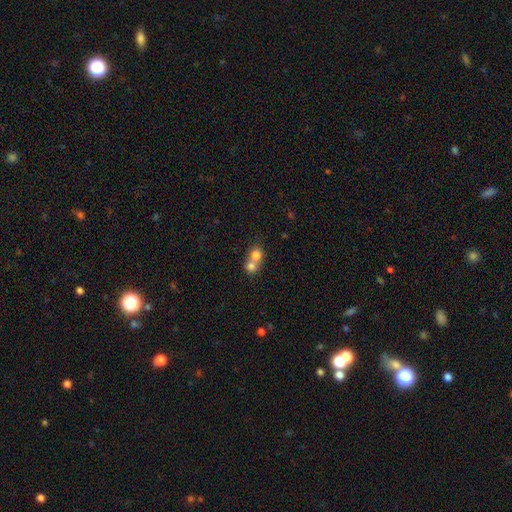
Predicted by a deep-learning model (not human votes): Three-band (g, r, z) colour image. It shows a smooth galaxy with no disk features (76%) that is round (79%). Merging: merger (68%).